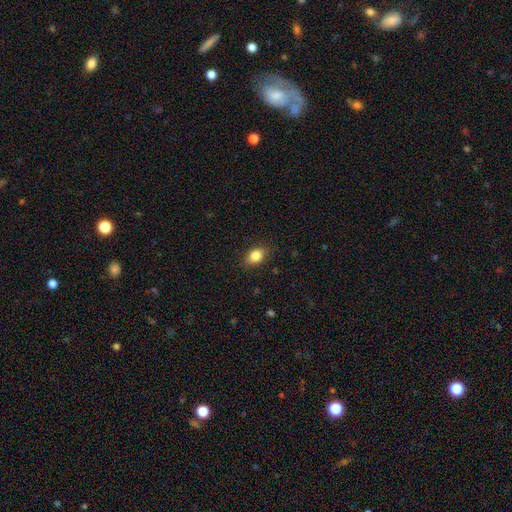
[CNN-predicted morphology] Smooth or featured: smooth — 85% (star or artifact — 9%)
How rounded: in between — 73% (round — 25%)
Merging: none — 86% (minor disturbance — 10%)